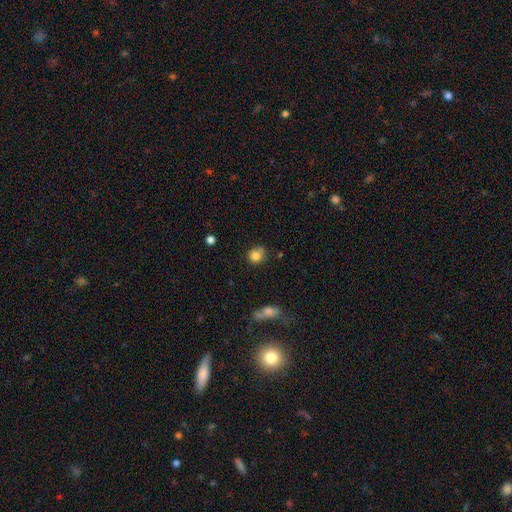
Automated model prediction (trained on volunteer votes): Q: Smooth or featured?
A: smooth (82%); runner-up: star or artifact (11%)
Q: How rounded?
A: round (82%); runner-up: in between (17%)
Q: Merging?
A: none (66%); runner-up: minor disturbance (23%)